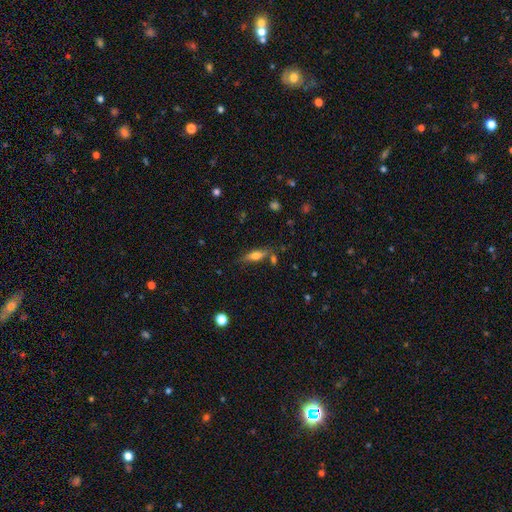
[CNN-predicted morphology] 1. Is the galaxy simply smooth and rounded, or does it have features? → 53% smooth, 39% featured or disk, 8% star or artifact.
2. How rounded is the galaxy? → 52% cigar-shaped, 45% in between, 3% round.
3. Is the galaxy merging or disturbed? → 71% none, 16% minor disturbance, 9% merger, 5% major disturbance.